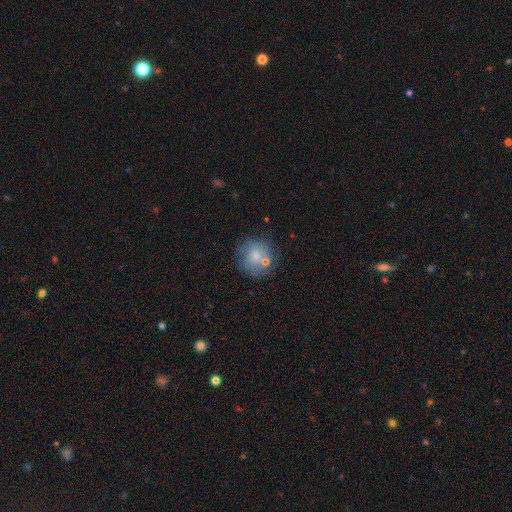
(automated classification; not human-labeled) This is likely a smooth galaxy (73%). How rounded: clearly round (88%). Merging: likely none (63%).